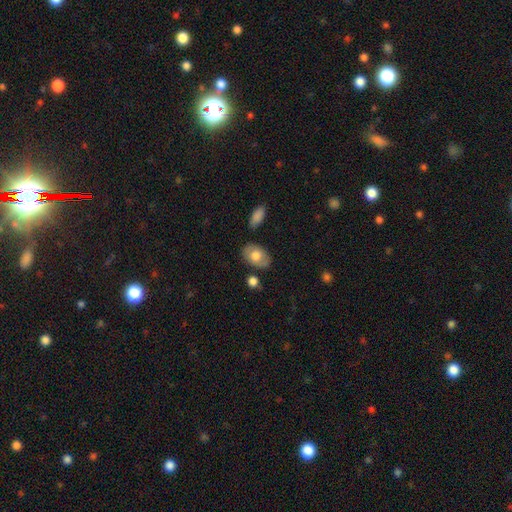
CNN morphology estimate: The model was most divided on "smooth or featured": smooth: 69%, featured or disk: 25%, star or artifact: 6%. More confident: how rounded — in between (88%); merging — none (77%).